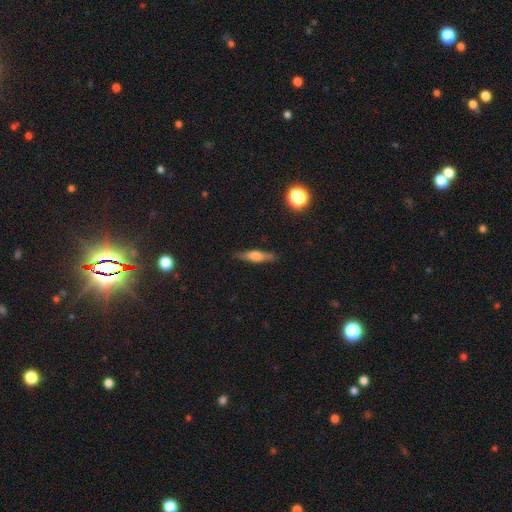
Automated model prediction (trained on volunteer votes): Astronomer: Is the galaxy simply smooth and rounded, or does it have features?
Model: featured or disk — 51% (runner-up: smooth, 41%).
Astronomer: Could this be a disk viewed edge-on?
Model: yes — 93%.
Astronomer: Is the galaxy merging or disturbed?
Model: none — 85%.